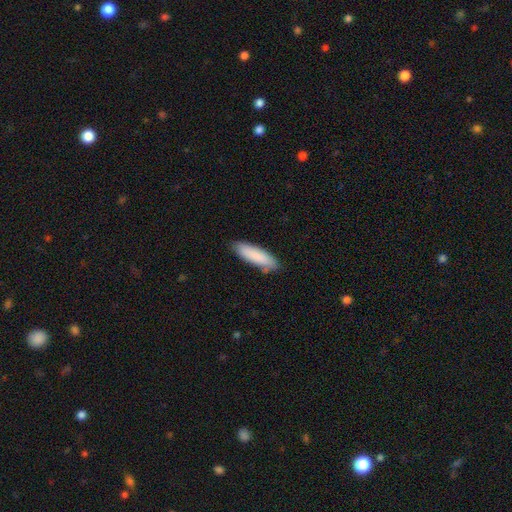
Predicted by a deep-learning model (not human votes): Smooth or featured?
  - smooth: 87% *
  - featured or disk: 8%
  - star or artifact: 6%
How rounded?
  - cigar-shaped: 57% *
  - in between: 42%
  - round: 1%
Merging?
  - none: 82% *
  - minor disturbance: 13%
  - merger: 2%
  - major disturbance: 2%